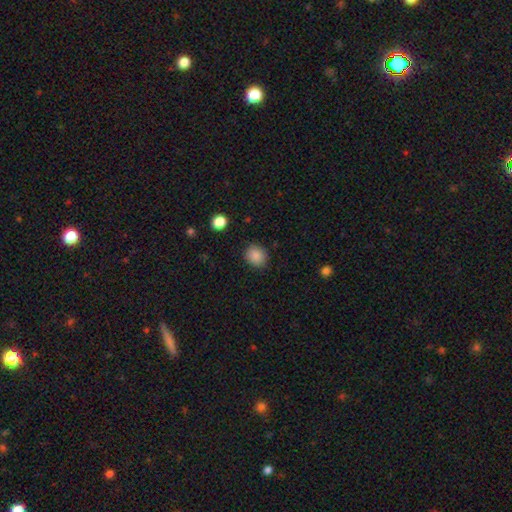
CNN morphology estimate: type=smooth (87%); roundness=round (74%); merging=none (88%).